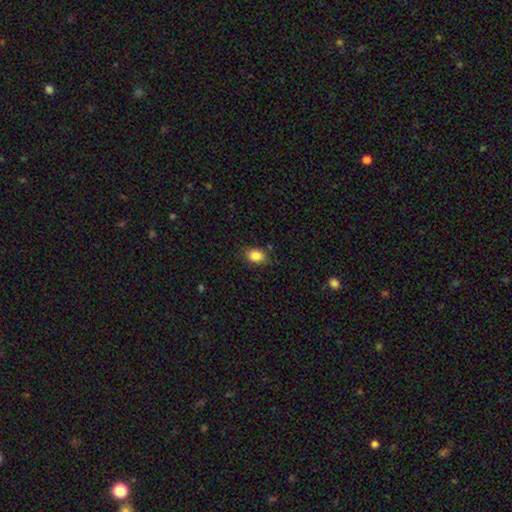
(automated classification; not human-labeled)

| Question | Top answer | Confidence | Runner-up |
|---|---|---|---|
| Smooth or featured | smooth | 86% | star or artifact (9%) |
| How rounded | in between | 71% | round (28%) |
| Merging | none | 81% | minor disturbance (13%) |